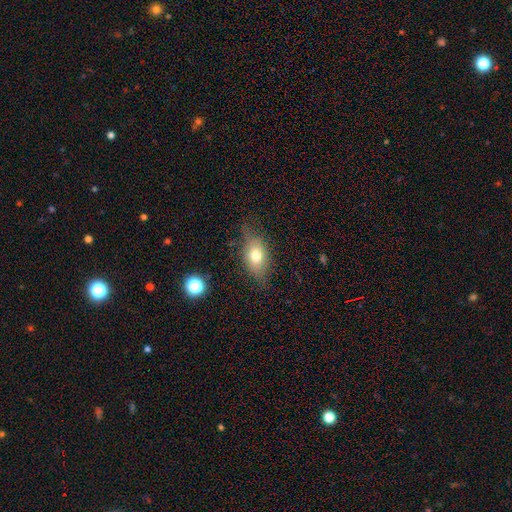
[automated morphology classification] The model was most divided on "merging": none: 68%, minor disturbance: 23%, major disturbance: 8%, merger: 2%. More confident: how rounded — in between (81%); smooth or featured — smooth (68%).